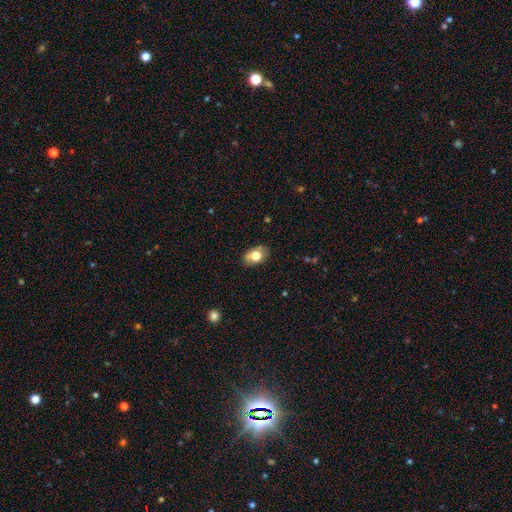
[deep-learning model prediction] Q: Smooth or featured?
A: smooth (74%); runner-up: featured or disk (18%)
Q: How rounded?
A: in between (85%); runner-up: round (13%)
Q: Merging?
A: none (84%); runner-up: minor disturbance (13%)